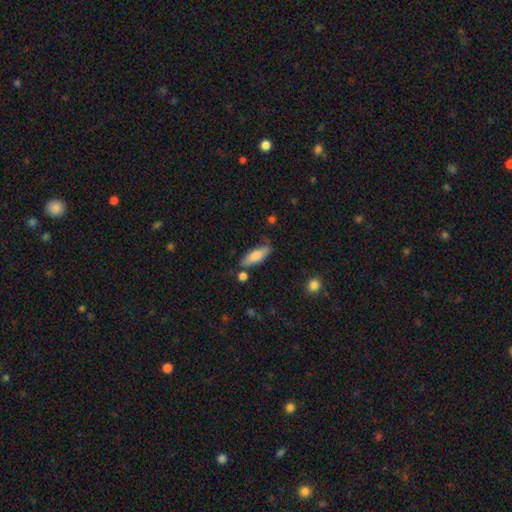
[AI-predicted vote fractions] A smooth galaxy with no disk features (79%) that is in between round and cigar-shaped (60%). Merging: none (65%).